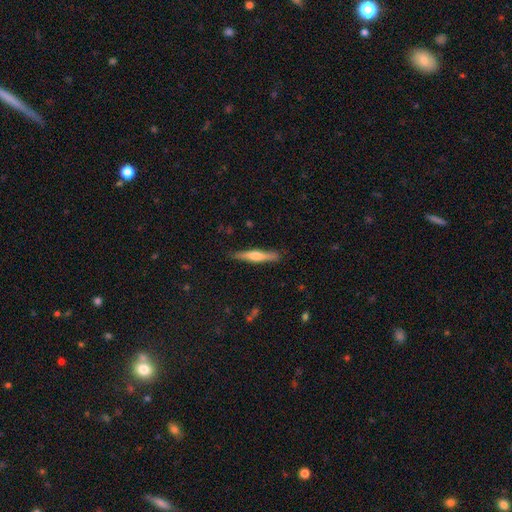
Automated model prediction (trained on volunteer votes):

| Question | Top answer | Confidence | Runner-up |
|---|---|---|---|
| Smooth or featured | featured or disk | 53% | smooth (41%) |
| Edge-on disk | yes | 96% | no (4%) |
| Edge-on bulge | rounded | 77% | boxy (13%) |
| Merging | none | 87% | minor disturbance (10%) |